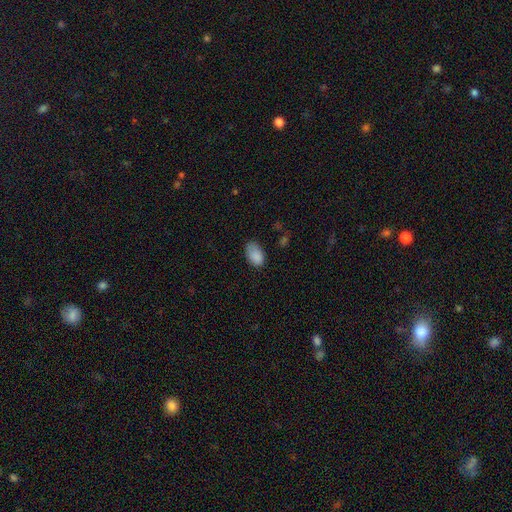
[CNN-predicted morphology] Smooth or featured?
  - smooth: 87% *
  - star or artifact: 8%
  - featured or disk: 5%
How rounded?
  - in between: 90% *
  - round: 9%
  - cigar-shaped: 1%
Merging?
  - none: 64% *
  - minor disturbance: 28%
  - major disturbance: 6%
  - merger: 2%